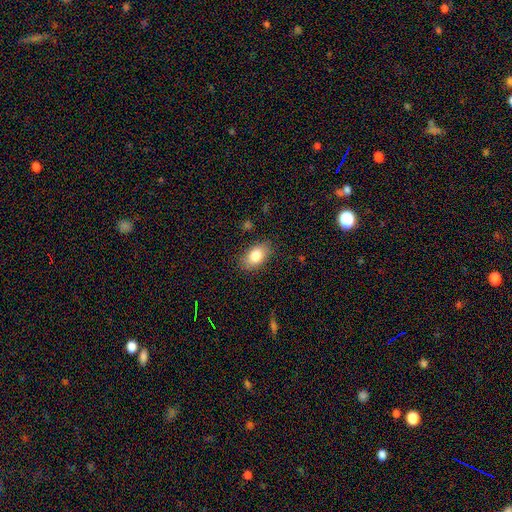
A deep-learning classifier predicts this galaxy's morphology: This appears to be a smooth galaxy with no disk features (83%) that is in between round and cigar-shaped (89%). Merging: none (83%).